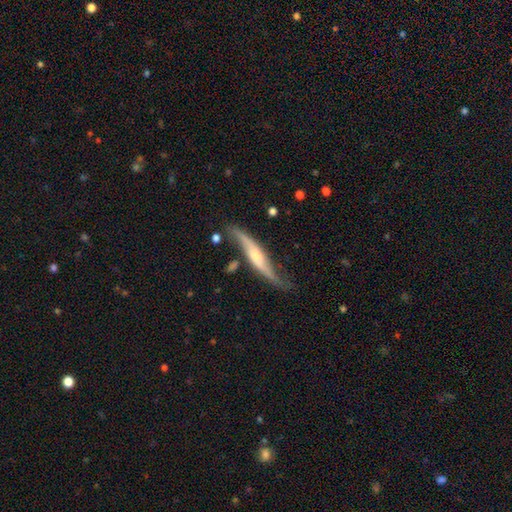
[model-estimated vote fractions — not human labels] Smooth or featured?
  - featured or disk: 77% *
  - smooth: 18%
  - star or artifact: 5%
Edge-on disk?
  - yes: 57% *
  - no: 43%
Merging?
  - none: 59% *
  - minor disturbance: 26%
  - major disturbance: 9%
  - merger: 6%